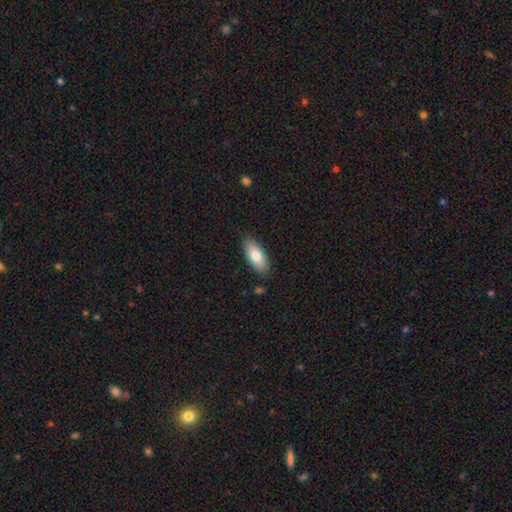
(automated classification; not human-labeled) Smooth or featured? smooth (77%)
How rounded? in between (83%)
Merging? none (85%)